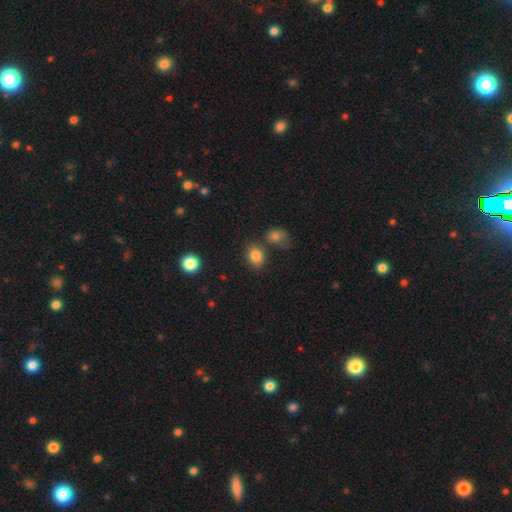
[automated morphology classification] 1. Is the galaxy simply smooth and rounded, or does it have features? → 84% smooth, 10% star or artifact, 6% featured or disk.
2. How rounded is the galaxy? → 63% in between, 35% round, 1% cigar-shaped.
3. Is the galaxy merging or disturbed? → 68% none, 14% merger, 13% minor disturbance, 4% major disturbance.